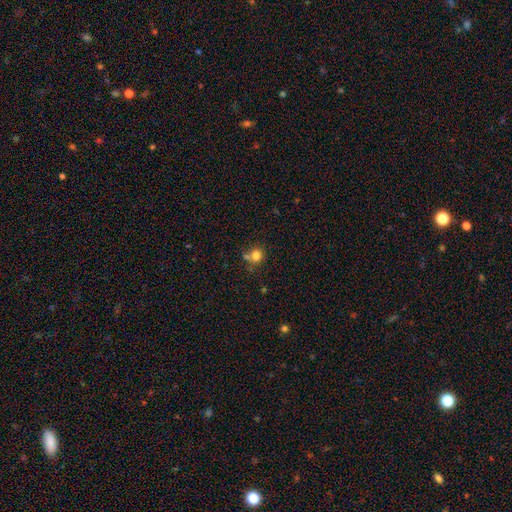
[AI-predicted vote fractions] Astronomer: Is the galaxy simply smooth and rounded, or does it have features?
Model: smooth — 80%.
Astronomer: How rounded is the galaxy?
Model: round — 87%.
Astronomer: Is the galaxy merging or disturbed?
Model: none — 60%.